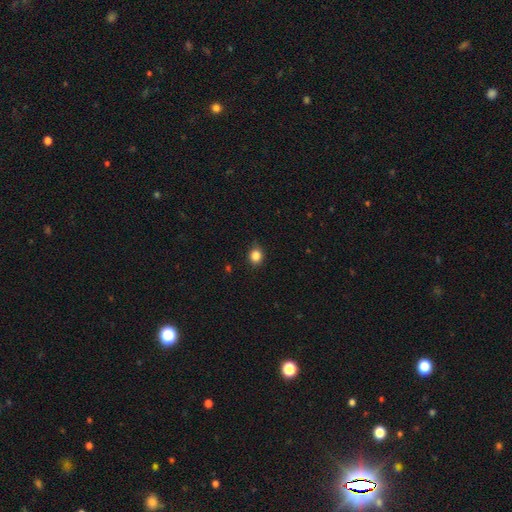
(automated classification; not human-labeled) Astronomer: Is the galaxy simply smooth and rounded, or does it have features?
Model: smooth — 85%.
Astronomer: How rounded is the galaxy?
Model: round — 71%.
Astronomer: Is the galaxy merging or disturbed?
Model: none — 82%.